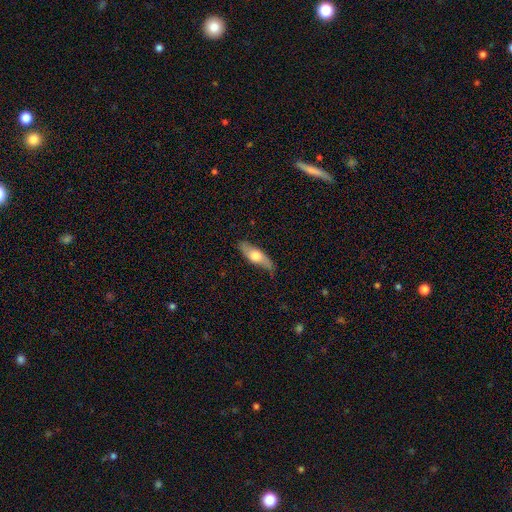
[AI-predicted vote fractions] smooth_or_featured: smooth (p=0.53) [alt: featured or disk p=0.41]
how_rounded: in between (p=0.57) [alt: cigar-shaped p=0.40]
merging: none (p=0.74) [alt: minor disturbance p=0.21]